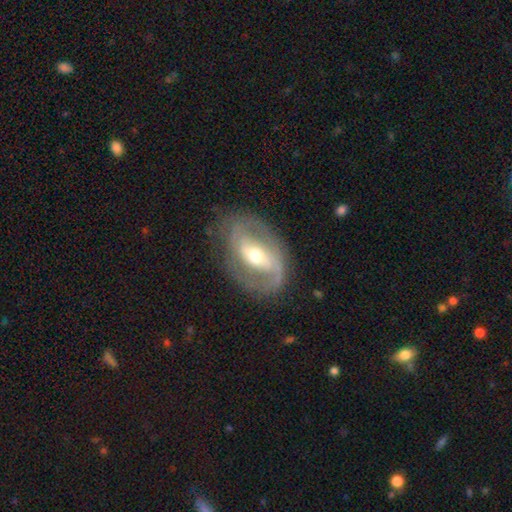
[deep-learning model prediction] Smooth or featured: featured or disk — 81% (smooth — 13%)
Edge-on disk: no — 95% (yes — 5%)
Bar: weak — 39% (strong — 38%)
Spiral arms: yes — 85% (no — 15%)
Spiral winding: medium — 46% (tight — 27%)
Spiral arm count: 2 — 79% (can't tell — 9%)
Bulge size: moderate — 65% (small — 25%)
Merging: none — 72% (minor disturbance — 17%)